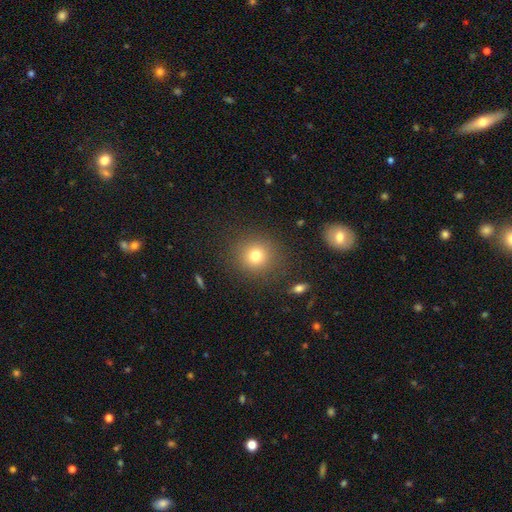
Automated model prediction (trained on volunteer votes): This appears to be a smooth galaxy with no disk features (76%) that is round (90%). Merging: none (87%).